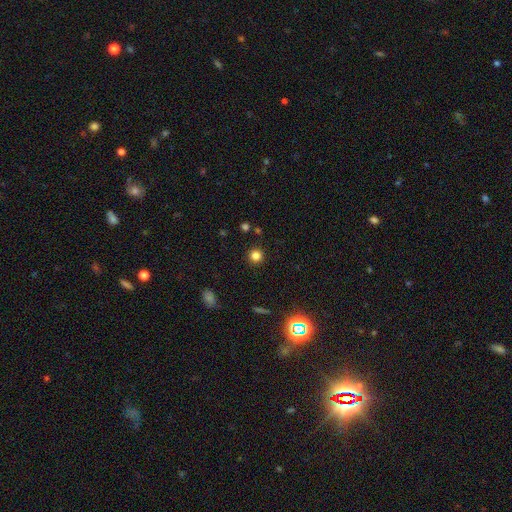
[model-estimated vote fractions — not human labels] Overall: smooth (80%). How rounded: round (95%). Merging: none (91%).